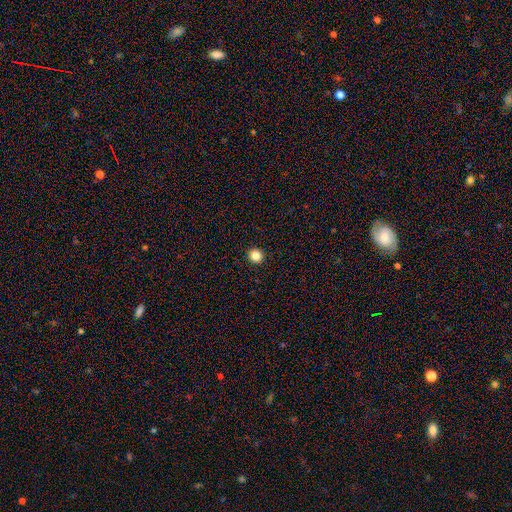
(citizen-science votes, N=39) A smooth galaxy with no disk features (85%) that is round (94%). Merging: none (92%).